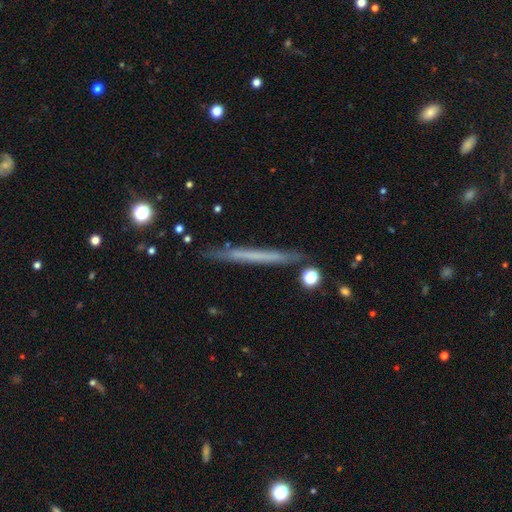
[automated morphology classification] featured or disk 48%, smooth 46%, star or artifact 7%. Down the decision tree: merging — none (86%).